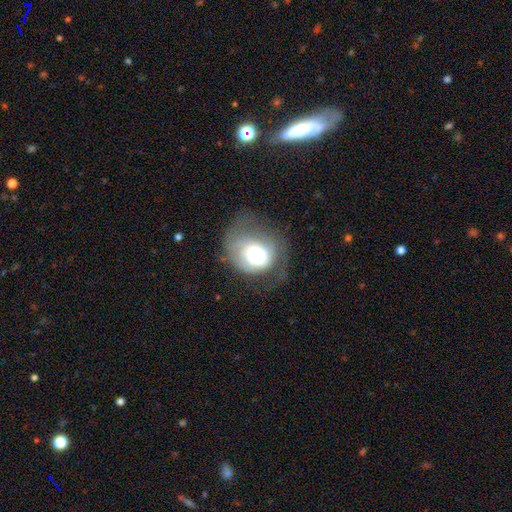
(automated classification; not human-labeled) smooth 53%, featured or disk 38%, star or artifact 10%. Down the decision tree: how rounded — round (60%); merging — major disturbance (38%).